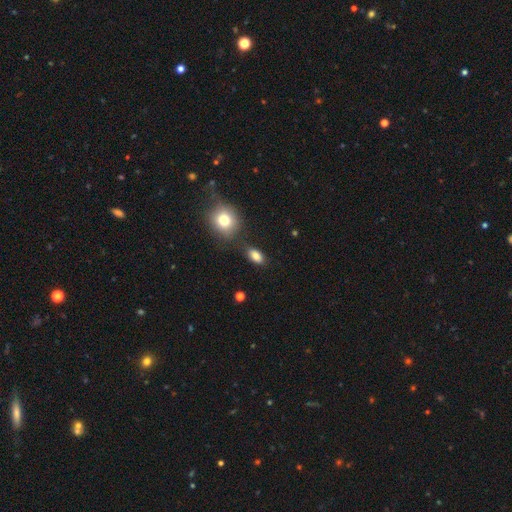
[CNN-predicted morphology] This is clearly a smooth galaxy (83%). How rounded: clearly in between (88%). Merging: likely none (77%).